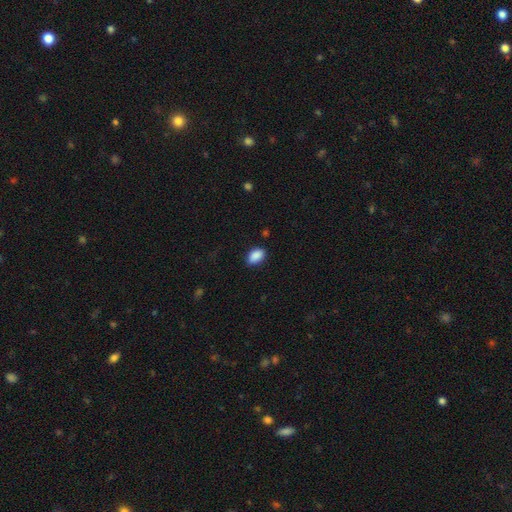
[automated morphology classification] This appears to be a smooth galaxy with no disk features (89%) that is in between round and cigar-shaped (90%). Merging: none (80%).